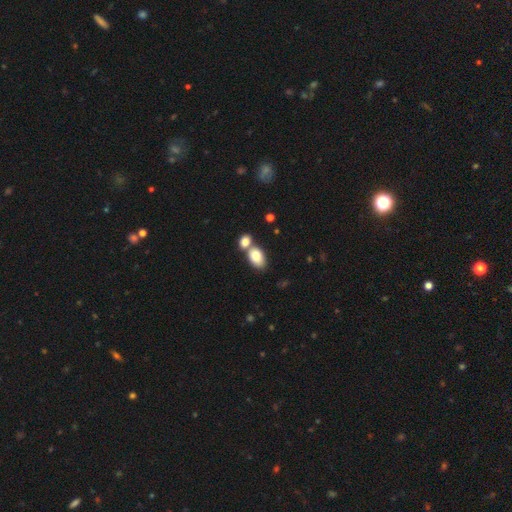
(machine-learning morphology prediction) smooth-or-featured: smooth: 82% | featured or disk: 11% | star or artifact: 8%
  how-rounded: in between: 88% | round: 11% | cigar-shaped: 1%
  merging: merger: 51% | none: 36% | minor disturbance: 9% | major disturbance: 4%